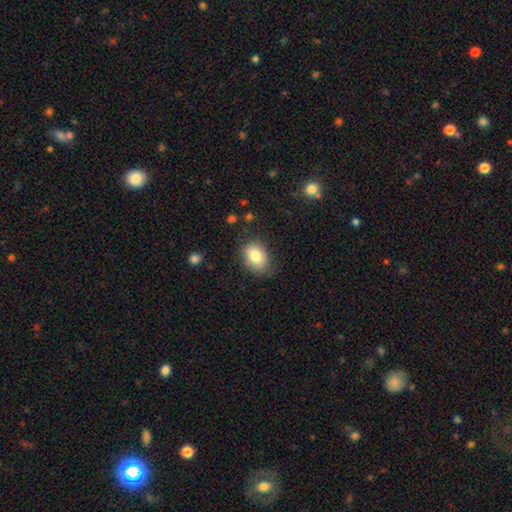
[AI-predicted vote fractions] A smooth galaxy with no disk features (81%) that is in between round and cigar-shaped (75%).

Vote fractions:
- Smooth or featured? smooth: 81% / featured or disk: 11% / star or artifact: 8%
- How rounded? in between: 75% / round: 24% / cigar-shaped: 1%
- Merging? none: 75% / minor disturbance: 19% / major disturbance: 5% / merger: 1%